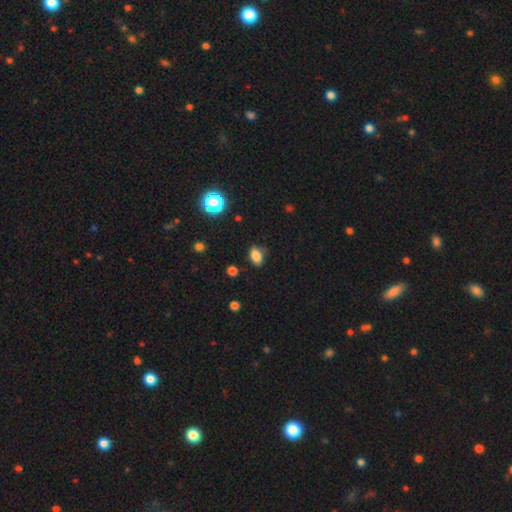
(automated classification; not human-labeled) Overall: smooth (83%). How rounded: in between (83%). Merging: none (78%).